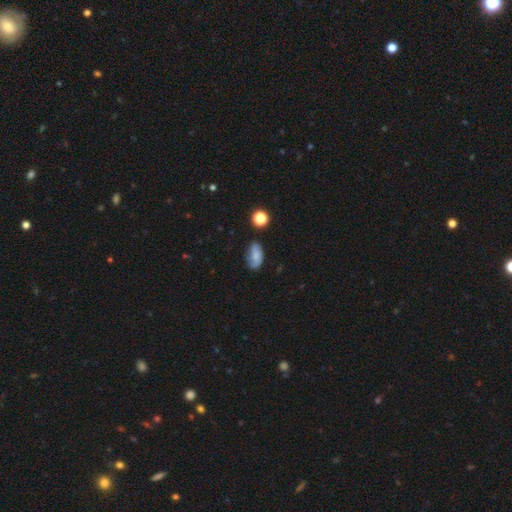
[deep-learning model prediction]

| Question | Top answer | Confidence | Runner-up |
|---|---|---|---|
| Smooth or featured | smooth | 60% | featured or disk (30%) |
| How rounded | in between | 88% | round (8%) |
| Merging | none | 63% | minor disturbance (26%) |